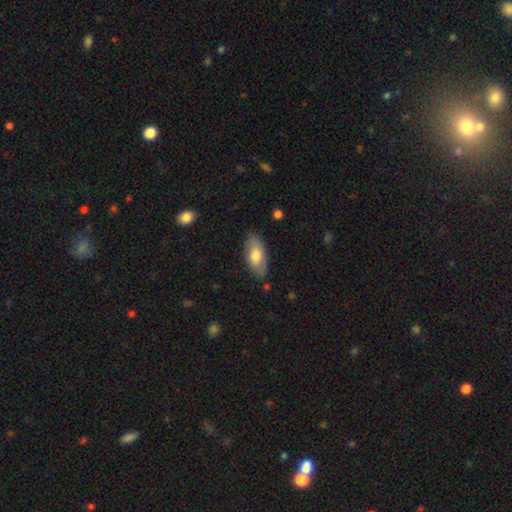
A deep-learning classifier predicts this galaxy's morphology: type=smooth (69%); roundness=in between (90%); merging=none (81%).